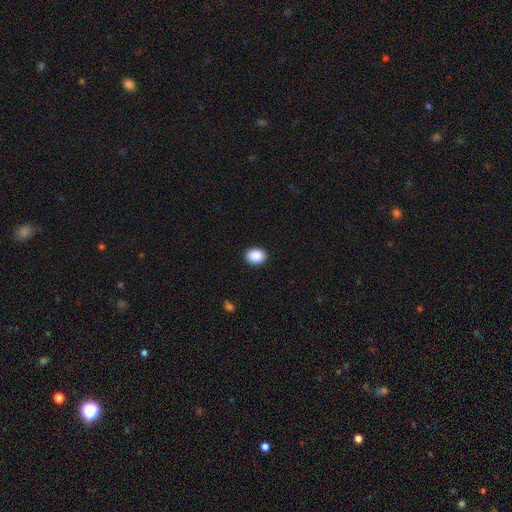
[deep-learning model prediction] smooth 90%, star or artifact 8%, featured or disk 3%. Down the decision tree: how rounded — in between (60%); merging — none (91%).